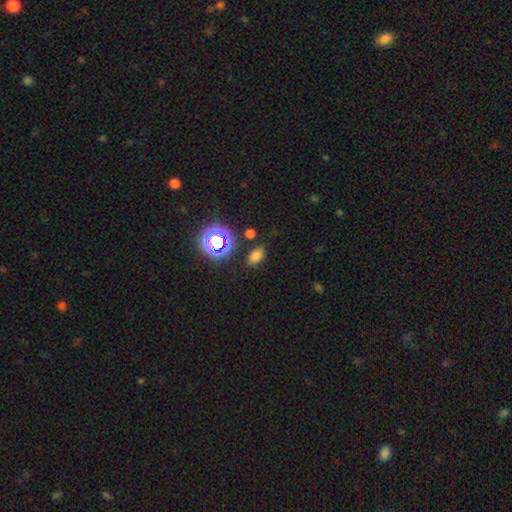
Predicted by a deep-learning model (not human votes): smooth_or_featured: smooth (p=0.70) [alt: star or artifact p=0.22]
how_rounded: in between (p=0.85) [alt: round p=0.11]
merging: none (p=0.81) [alt: minor disturbance p=0.12]